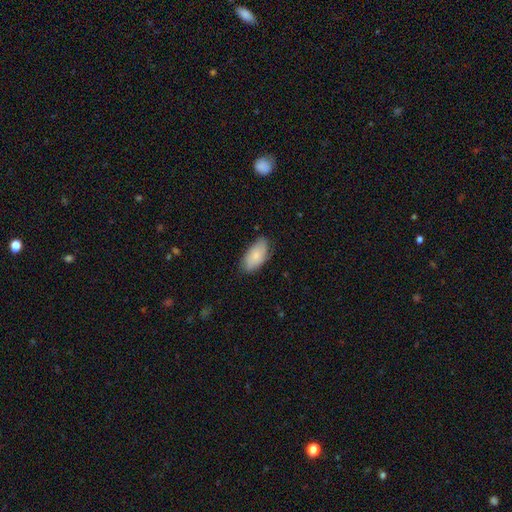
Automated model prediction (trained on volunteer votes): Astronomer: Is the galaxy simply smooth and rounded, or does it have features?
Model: smooth — 70%.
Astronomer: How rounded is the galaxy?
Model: in between — 93%.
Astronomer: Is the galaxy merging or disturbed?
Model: none — 69%.